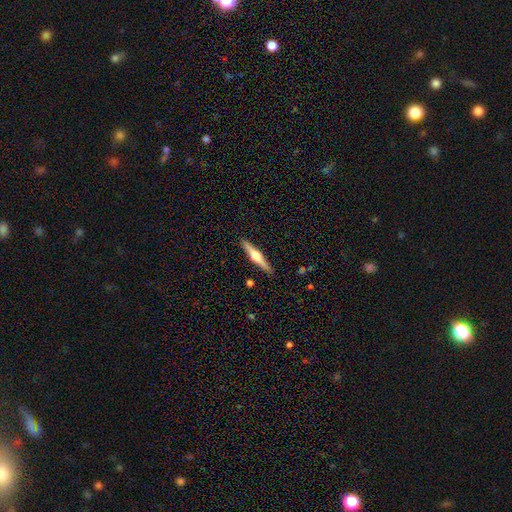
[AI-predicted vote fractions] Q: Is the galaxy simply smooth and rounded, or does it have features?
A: featured or disk — 67%.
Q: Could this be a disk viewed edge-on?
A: yes — 98%.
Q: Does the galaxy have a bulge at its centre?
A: rounded — 94%.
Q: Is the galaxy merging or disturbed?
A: none — 91%.